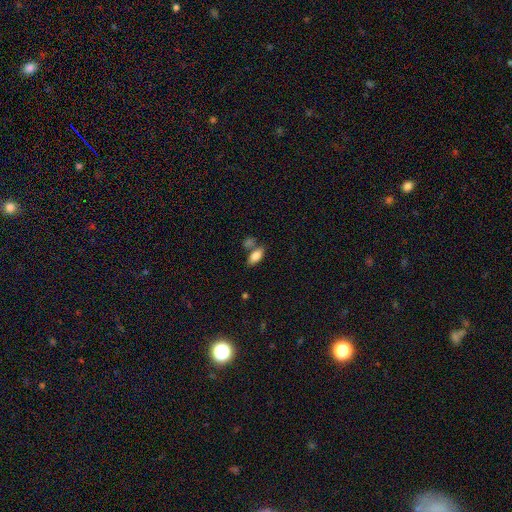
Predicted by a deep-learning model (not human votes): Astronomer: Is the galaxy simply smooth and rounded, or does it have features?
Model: smooth — 83%.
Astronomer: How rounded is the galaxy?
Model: in between — 88%.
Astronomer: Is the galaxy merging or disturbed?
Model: none — 61%.